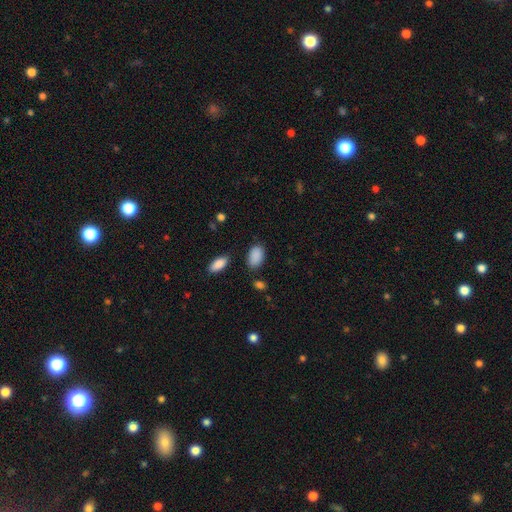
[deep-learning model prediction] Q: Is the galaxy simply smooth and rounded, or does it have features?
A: smooth — 89%.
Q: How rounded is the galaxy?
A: in between — 91%.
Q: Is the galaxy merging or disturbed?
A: none — 77%.